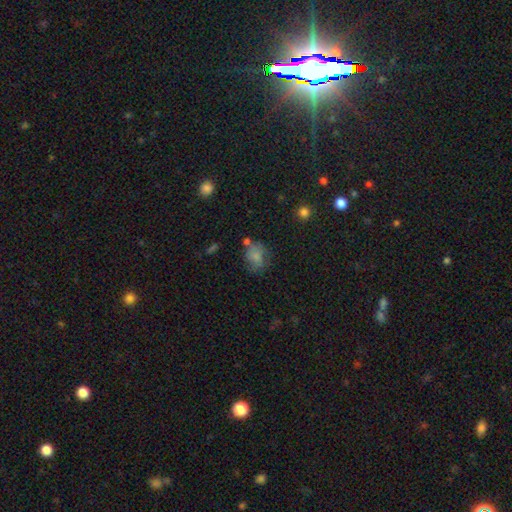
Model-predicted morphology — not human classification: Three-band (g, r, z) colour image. It shows a smooth galaxy with no disk features (74%) that is in between round and cigar-shaped (54%). Merging: none (52%).